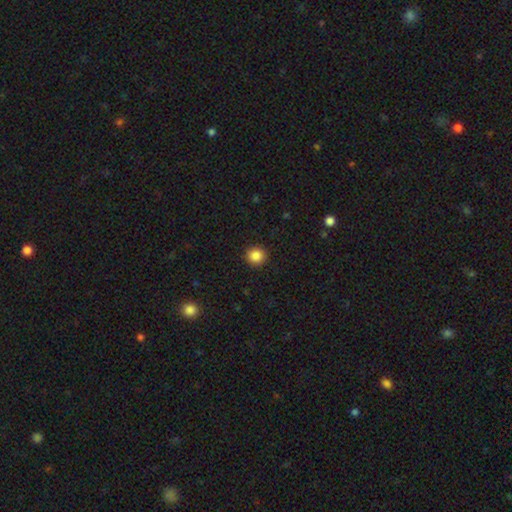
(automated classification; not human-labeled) Overall: smooth (86%). How rounded: round (92%). Merging: none (92%).